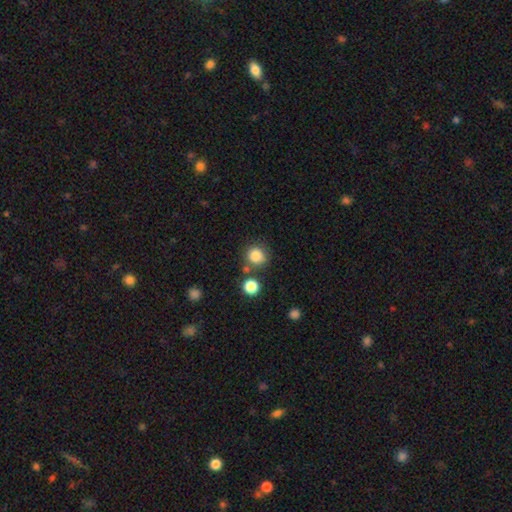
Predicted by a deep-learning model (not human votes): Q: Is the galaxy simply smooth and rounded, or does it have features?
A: smooth — 83%.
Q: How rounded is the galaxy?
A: round — 87%.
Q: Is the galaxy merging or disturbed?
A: none — 72%.